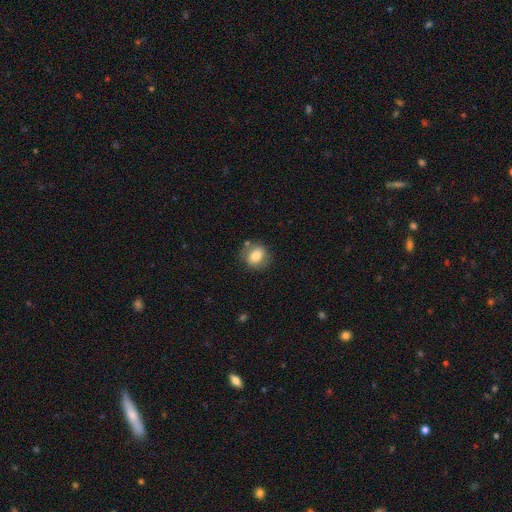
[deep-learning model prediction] Morphology: type=smooth (76%); roundness=round (52%); merging=none (72%).